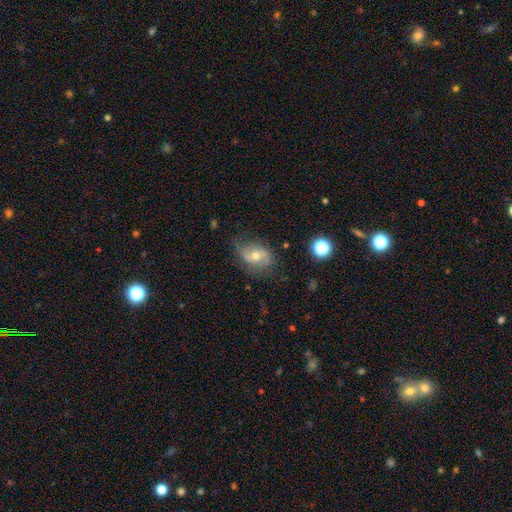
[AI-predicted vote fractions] Smooth or featured?
  - featured or disk: 58% *
  - smooth: 32%
  - star or artifact: 10%
Edge-on disk?
  - no: 95% *
  - yes: 5%
Bar?
  - no: 53% *
  - weak: 35%
  - strong: 12%
Spiral arms?
  - yes: 81% *
  - no: 19%
Bulge size?
  - moderate: 68% *
  - small: 25%
  - large: 4%
  - none: 1%
  - dominant: 1%
Merging?
  - none: 59% *
  - minor disturbance: 28%
  - major disturbance: 11%
  - merger: 2%